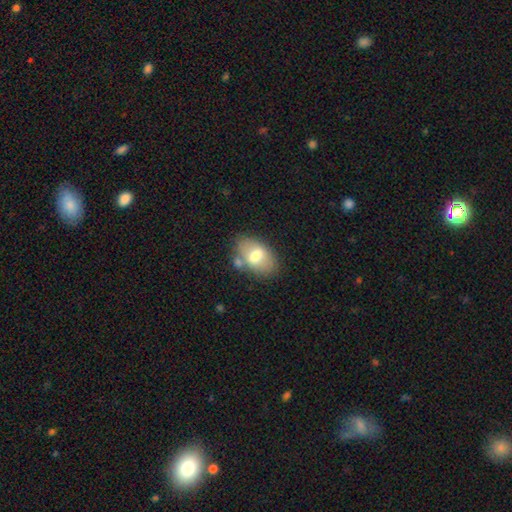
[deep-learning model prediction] The model was most divided on "smooth or featured": smooth: 64%, featured or disk: 28%, star or artifact: 7%. More confident: how rounded — in between (89%); merging — none (65%).